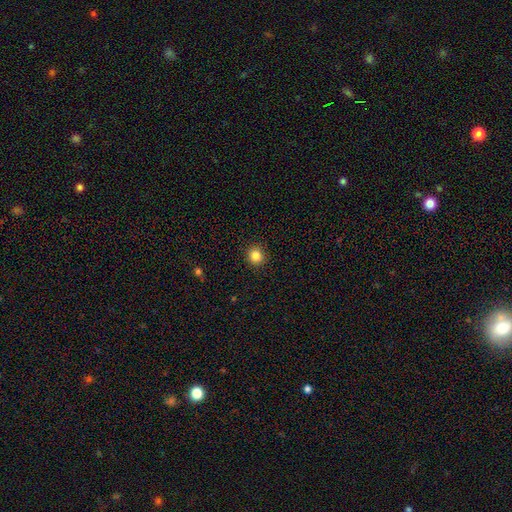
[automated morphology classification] The model was most divided on "smooth or featured": smooth: 83%, star or artifact: 12%, featured or disk: 5%. More confident: merging — none (92%); how rounded — round (90%).